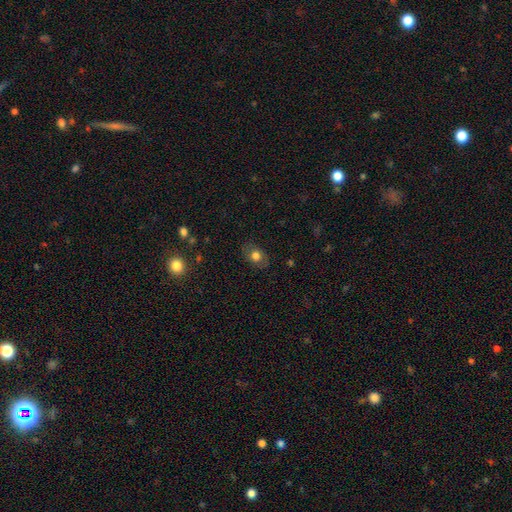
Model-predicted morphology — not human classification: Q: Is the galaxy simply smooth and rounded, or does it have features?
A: smooth — 74%.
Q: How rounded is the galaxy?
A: in between — 63%.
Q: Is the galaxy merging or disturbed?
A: none — 81%.